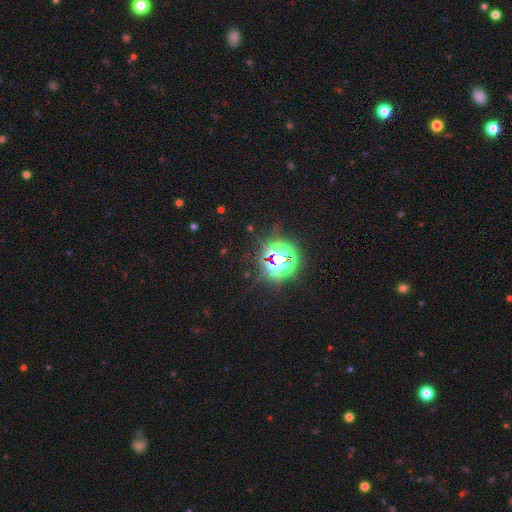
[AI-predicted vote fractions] A star or artifact, not a galaxy (84%).